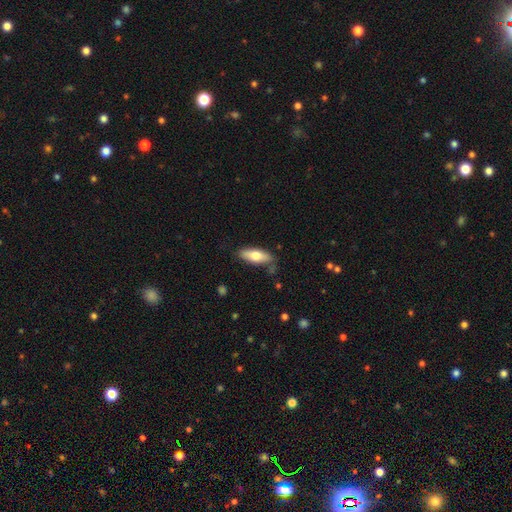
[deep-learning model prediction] A smooth galaxy with no disk features (70%) that is in between round and cigar-shaped (66%). Merging: none (78%).